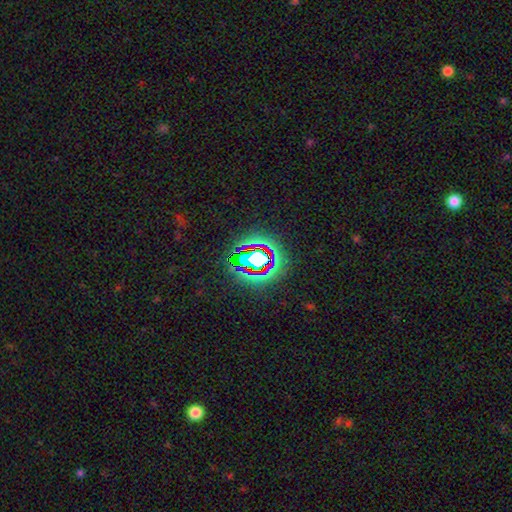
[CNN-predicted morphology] This appears to be a star or artifact, not a galaxy (68%).